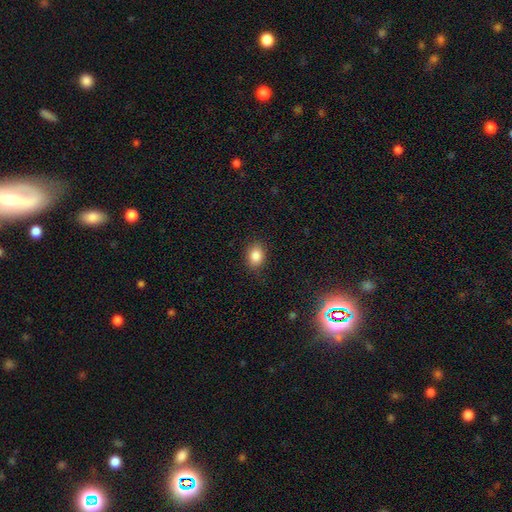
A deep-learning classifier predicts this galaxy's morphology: Smooth or featured: smooth — 85% (star or artifact — 10%)
How rounded: in between — 64% (round — 34%)
Merging: none — 85% (minor disturbance — 11%)